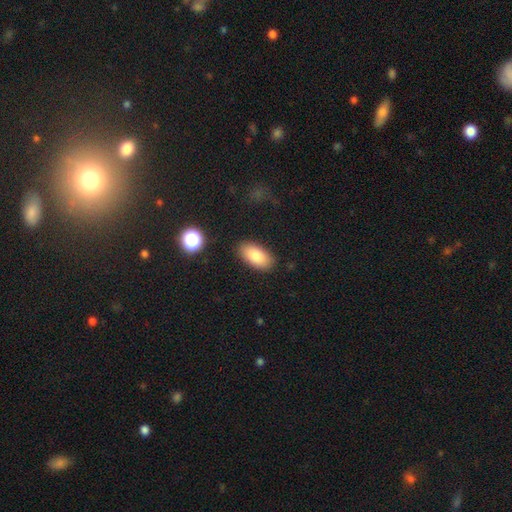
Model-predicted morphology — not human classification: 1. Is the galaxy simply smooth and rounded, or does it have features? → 84% smooth, 9% featured or disk, 8% star or artifact.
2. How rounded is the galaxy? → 94% in between, 4% cigar-shaped, 3% round.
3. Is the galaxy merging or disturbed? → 87% none, 9% minor disturbance, 2% major disturbance, 2% merger.